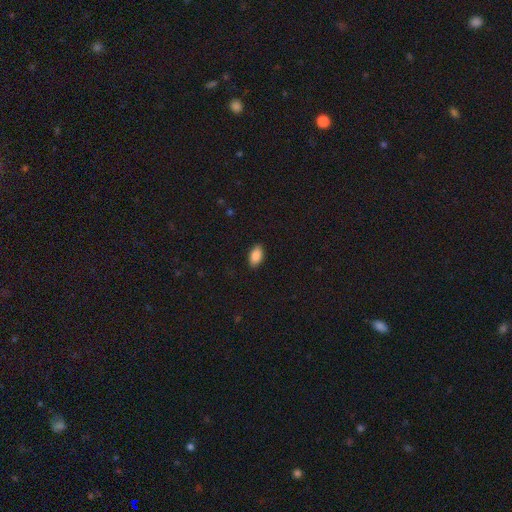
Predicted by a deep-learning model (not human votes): A smooth galaxy with no disk features (87%) that is in between round and cigar-shaped (93%). Merging: none (89%).